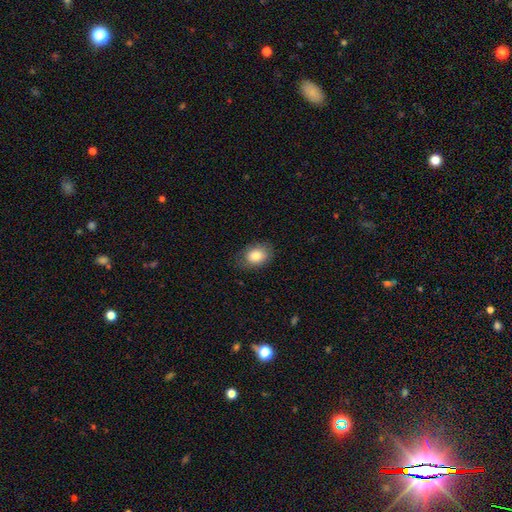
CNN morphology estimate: smooth_or_featured: smooth (p=0.83) [alt: featured or disk p=0.09]
how_rounded: in between (p=0.72) [alt: round p=0.27]
merging: none (p=0.77) [alt: minor disturbance p=0.18]